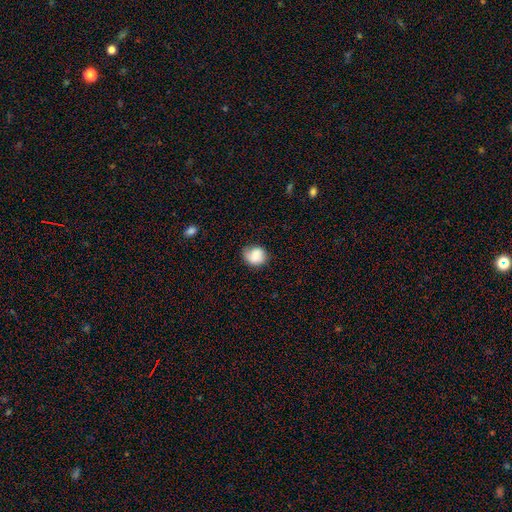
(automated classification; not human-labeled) Smooth or featured?
  - smooth: 80% *
  - featured or disk: 12%
  - star or artifact: 8%
How rounded?
  - round: 77% *
  - in between: 23%
  - cigar-shaped: 1%
Merging?
  - none: 69% *
  - minor disturbance: 23%
  - major disturbance: 6%
  - merger: 1%